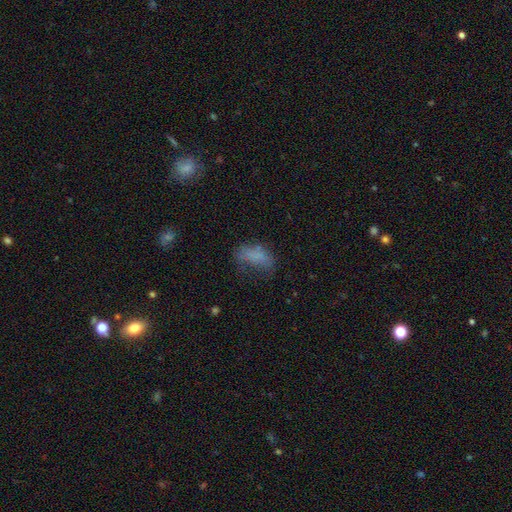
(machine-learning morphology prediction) The model was most divided on "merging": none: 38%, major disturbance: 29%, minor disturbance: 29%, merger: 4%. More confident: how rounded — in between (84%); smooth or featured — smooth (70%).